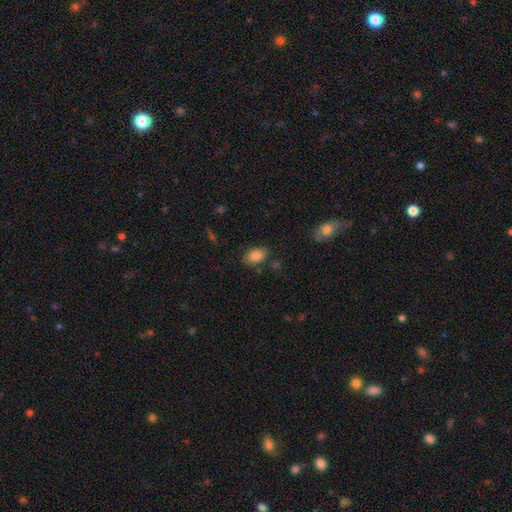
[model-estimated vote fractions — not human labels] Smooth or featured? smooth (85%)
How rounded? in between (89%)
Merging? none (79%)